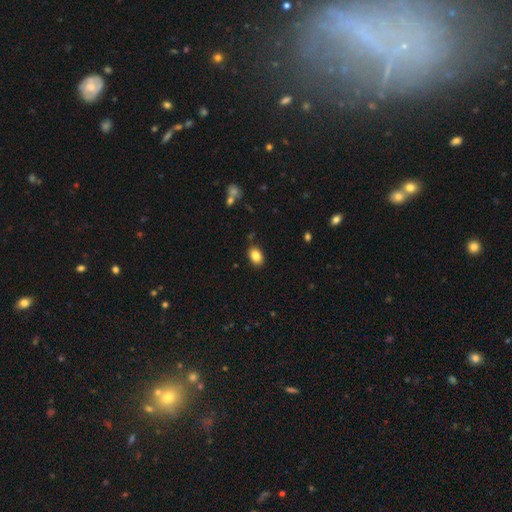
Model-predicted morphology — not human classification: Smooth or featured? smooth (86%)
How rounded? in between (79%)
Merging? none (85%)